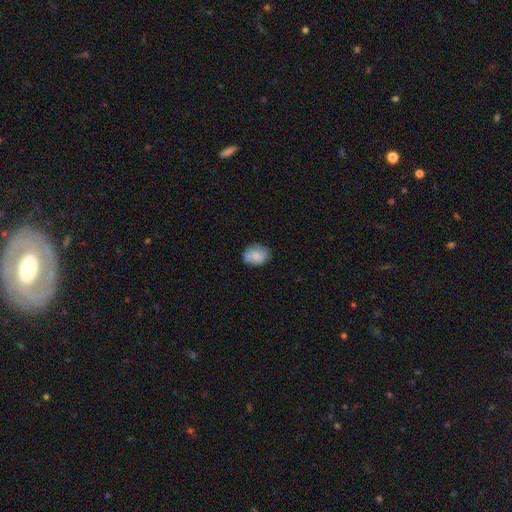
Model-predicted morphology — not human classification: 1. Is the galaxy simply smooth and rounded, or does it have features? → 72% smooth, 21% featured or disk, 8% star or artifact.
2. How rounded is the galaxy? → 58% in between, 41% round, 1% cigar-shaped.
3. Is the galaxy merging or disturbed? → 72% none, 20% minor disturbance, 5% major disturbance, 3% merger.